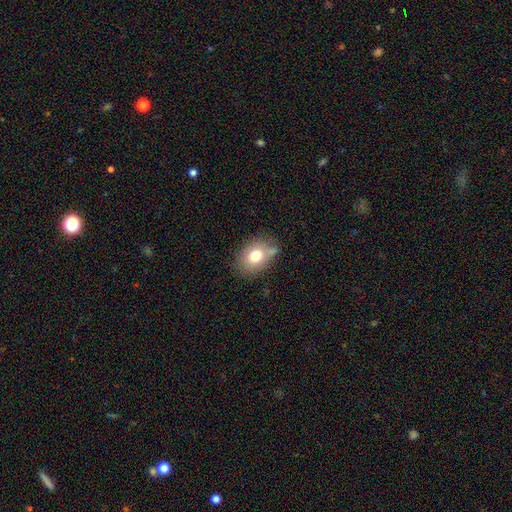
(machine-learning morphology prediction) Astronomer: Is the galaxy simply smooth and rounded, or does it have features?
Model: smooth — 75%.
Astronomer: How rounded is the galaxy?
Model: in between — 69%.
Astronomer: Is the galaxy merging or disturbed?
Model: none — 66%.